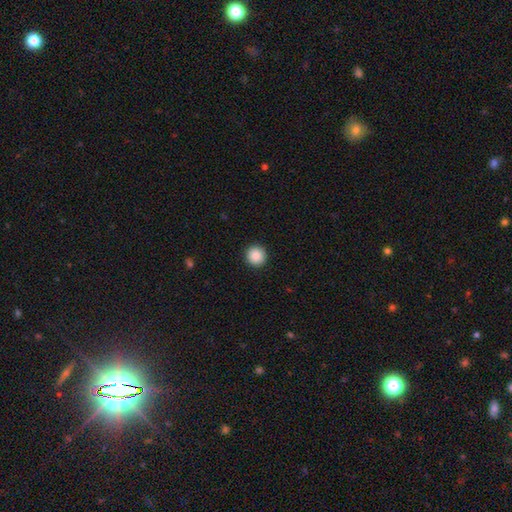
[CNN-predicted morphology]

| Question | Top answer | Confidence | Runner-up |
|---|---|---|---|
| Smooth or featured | smooth | 89% | star or artifact (8%) |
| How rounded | round | 95% | in between (4%) |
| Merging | none | 93% | minor disturbance (4%) |